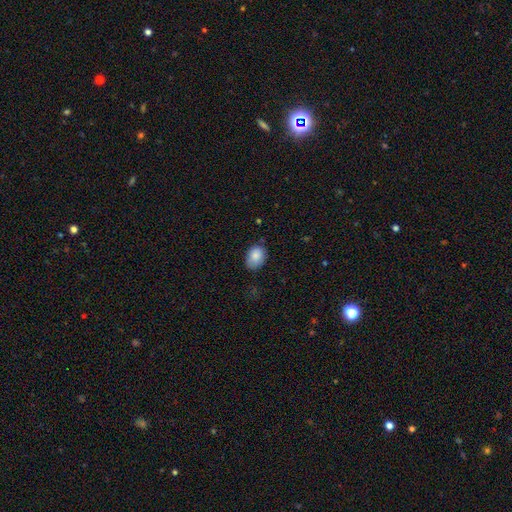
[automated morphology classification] Overall: smooth (85%). How rounded: in between (74%). Merging: none (68%).